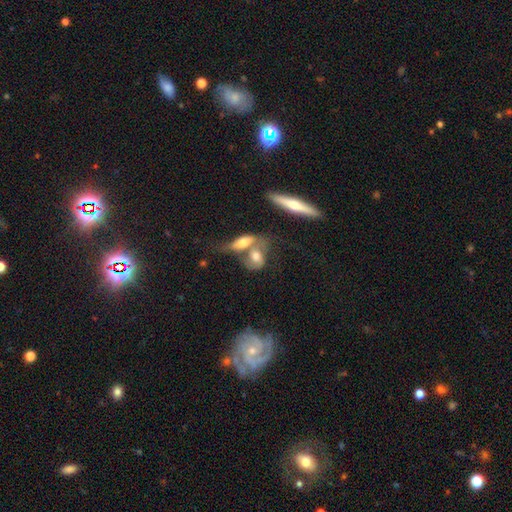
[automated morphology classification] Smooth or featured? smooth (45%)
Merging? merger (47%)